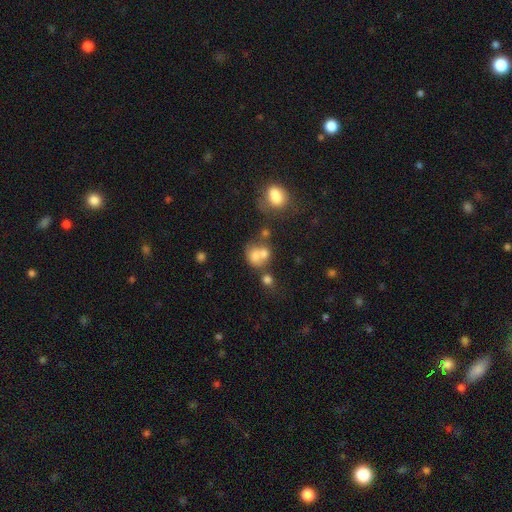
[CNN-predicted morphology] The model was most divided on "merging": merger: 53%, none: 29%, minor disturbance: 10%, major disturbance: 7%. More confident: smooth or featured — smooth (65%); how rounded — round (64%).